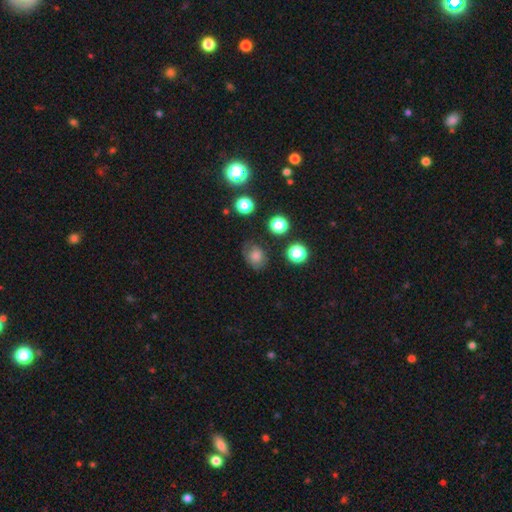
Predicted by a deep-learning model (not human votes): Smooth or featured?
  - smooth: 72% *
  - star or artifact: 16%
  - featured or disk: 13%
How rounded?
  - in between: 53% *
  - round: 46%
  - cigar-shaped: 1%
Merging?
  - none: 69% *
  - minor disturbance: 21%
  - major disturbance: 7%
  - merger: 3%